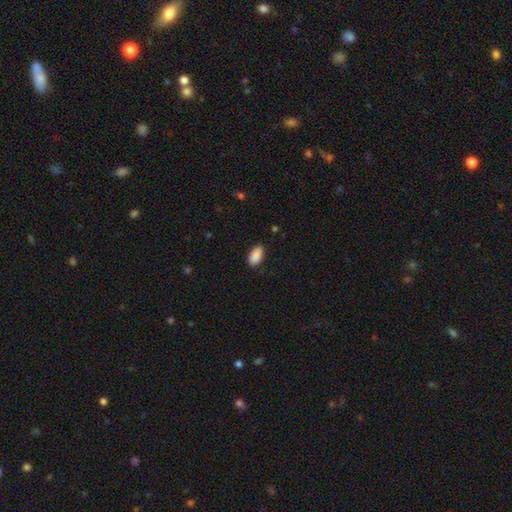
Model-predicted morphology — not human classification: smooth_or_featured: smooth (p=0.90) [alt: star or artifact p=0.06]
how_rounded: in between (p=0.94) [alt: cigar-shaped p=0.04]
merging: none (p=0.87) [alt: minor disturbance p=0.10]